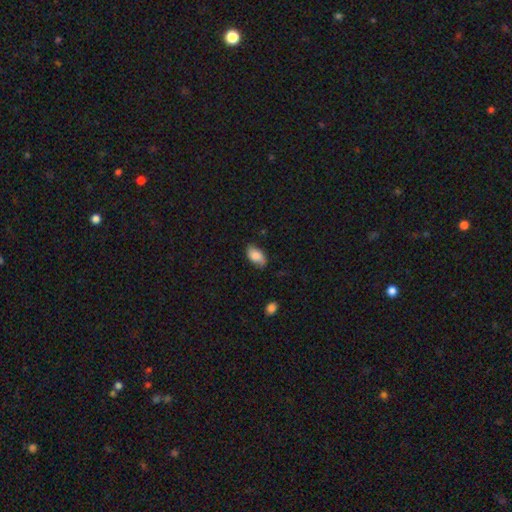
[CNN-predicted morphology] This is likely a smooth galaxy (79%). How rounded: clearly in between (93%). Merging: likely none (73%).